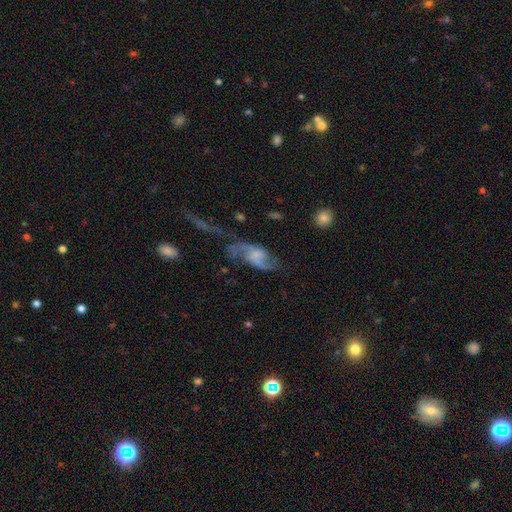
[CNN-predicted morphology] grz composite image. It shows a featured or disk galaxy (76%) with no bar (52%), 2 (87%) loose (61%) spiral arms (92%) and a small central bulge (34%). Merging: none (44%).